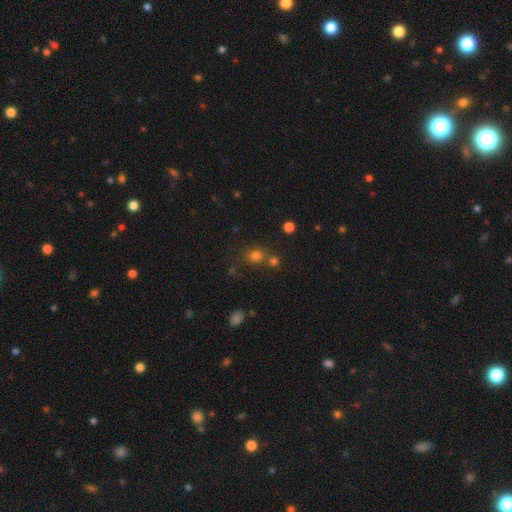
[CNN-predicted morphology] Smooth or featured? Predicted: smooth (p=0.73). How rounded? Predicted: round (p=0.75). Merging? Predicted: none (p=0.61).